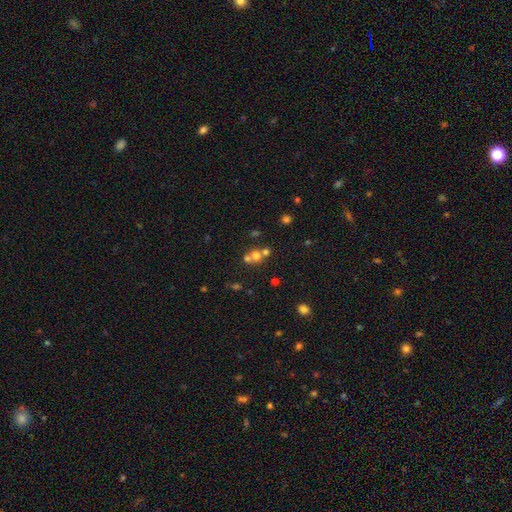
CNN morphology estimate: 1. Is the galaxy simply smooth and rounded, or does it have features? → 60% smooth, 21% star or artifact, 19% featured or disk.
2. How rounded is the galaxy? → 79% round, 19% in between, 1% cigar-shaped.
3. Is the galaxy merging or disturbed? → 51% merger, 39% none, 7% minor disturbance, 4% major disturbance.